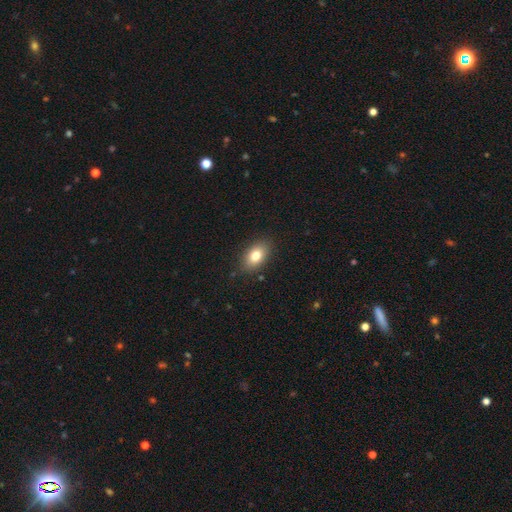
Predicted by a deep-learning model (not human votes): smooth-or-featured: smooth: 79% | featured or disk: 12% | star or artifact: 8%
  how-rounded: in between: 87% | round: 11% | cigar-shaped: 2%
  merging: none: 85% | minor disturbance: 11% | major disturbance: 3% | merger: 1%